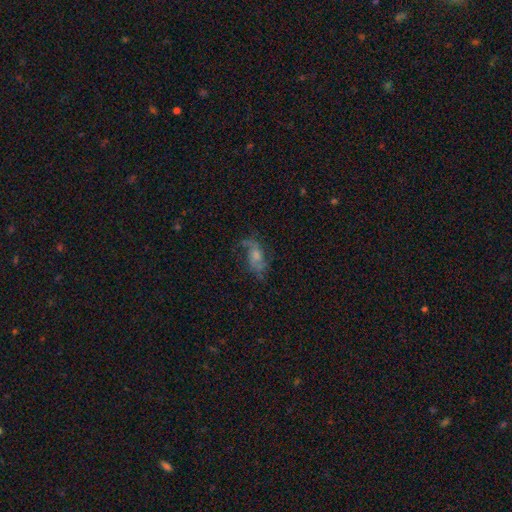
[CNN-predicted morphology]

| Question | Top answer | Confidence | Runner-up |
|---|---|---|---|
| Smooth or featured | featured or disk | 68% | smooth (20%) |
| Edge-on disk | no | 93% | yes (7%) |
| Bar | no | 66% | weak (28%) |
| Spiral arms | yes | 88% | no (12%) |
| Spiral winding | loose | 55% | medium (34%) |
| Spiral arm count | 2 | 77% | can't tell (10%) |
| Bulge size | moderate | 46% | small (38%) |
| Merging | none | 64% | minor disturbance (20%) |